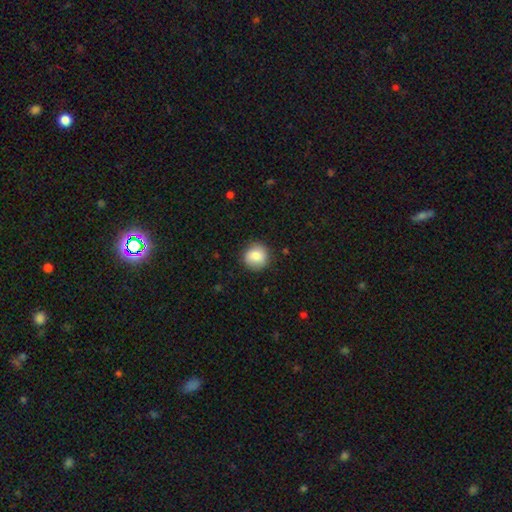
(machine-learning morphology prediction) Smooth or featured? smooth (83%)
How rounded? round (92%)
Merging? none (86%)